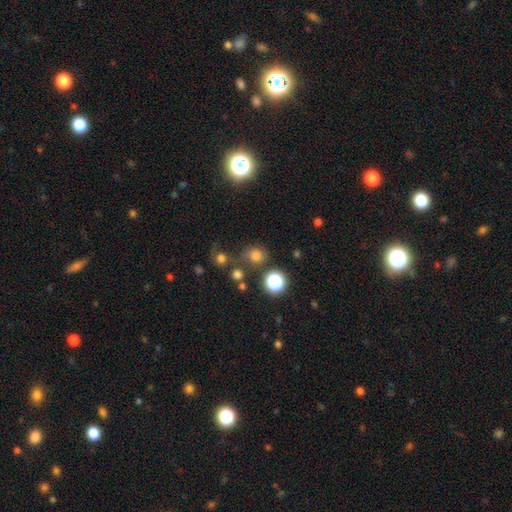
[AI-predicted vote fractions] Smooth or featured? smooth (71%)
How rounded? round (77%)
Merging? none (65%)